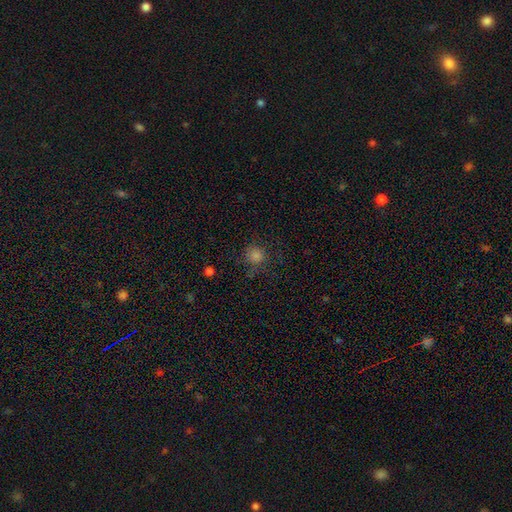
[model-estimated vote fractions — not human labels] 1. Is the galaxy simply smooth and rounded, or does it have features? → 73% smooth, 18% star or artifact, 9% featured or disk.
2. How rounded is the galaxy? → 91% round, 8% in between, 1% cigar-shaped.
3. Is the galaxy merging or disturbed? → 74% none, 15% minor disturbance, 9% major disturbance, 2% merger.